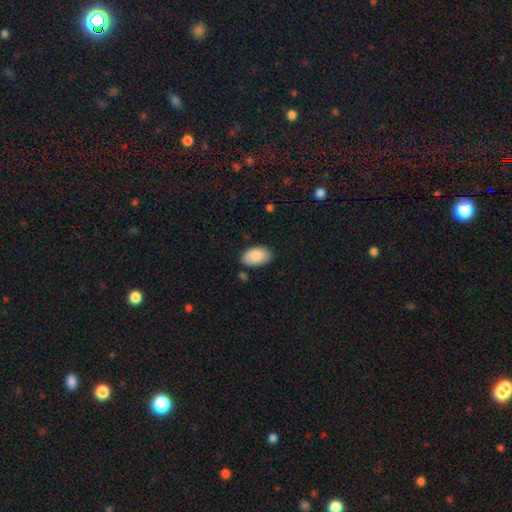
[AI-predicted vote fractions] smooth 86%, featured or disk 8%, star or artifact 6%. Down the decision tree: how rounded — in between (94%); merging — none (81%).